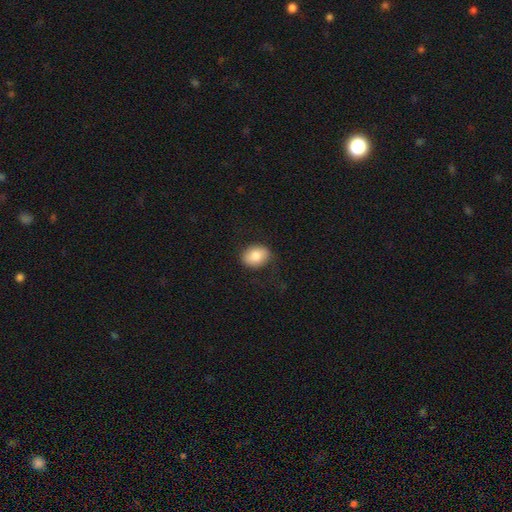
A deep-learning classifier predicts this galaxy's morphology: type=smooth (83%); roundness=in between (61%); merging=none (80%).